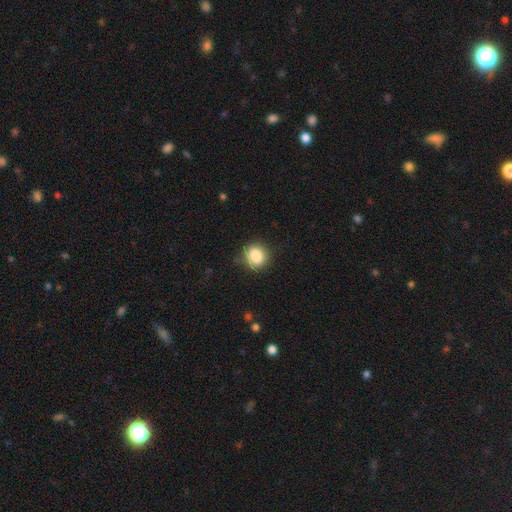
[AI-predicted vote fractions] A smooth galaxy with no disk features (86%) that is round (82%).

Vote fractions:
- Smooth or featured? smooth: 86% / star or artifact: 9% / featured or disk: 5%
- How rounded? round: 82% / in between: 17% / cigar-shaped: 1%
- Merging? none: 83% / minor disturbance: 13% / major disturbance: 3% / merger: 1%